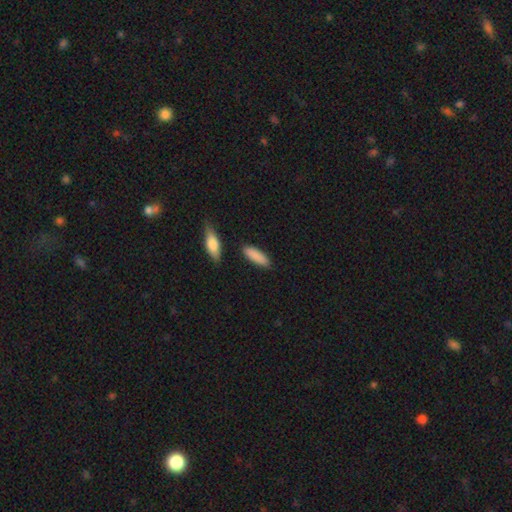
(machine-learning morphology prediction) This is clearly a smooth galaxy (88%). How rounded: possibly in between (58%). Merging: clearly none (84%).